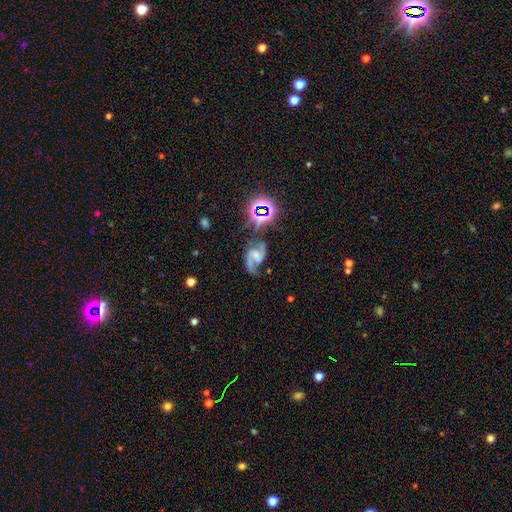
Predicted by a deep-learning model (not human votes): Q: Smooth or featured?
A: featured or disk (84%); runner-up: star or artifact (10%)
Q: Edge-on disk?
A: no (98%); runner-up: yes (2%)
Q: Bar?
A: weak (44%); runner-up: no (35%)
Q: Spiral arms?
A: yes (97%); runner-up: no (3%)
Q: Spiral winding?
A: medium (46%); runner-up: loose (45%)
Q: Spiral arm count?
A: 2 (92%); runner-up: 1 (3%)
Q: Bulge size?
A: small (44%); runner-up: none (27%)
Q: Merging?
A: none (60%); runner-up: minor disturbance (19%)